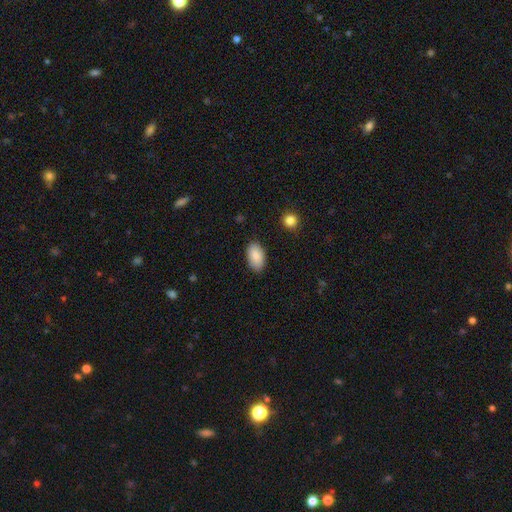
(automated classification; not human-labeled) smooth_or_featured: smooth (p=0.88) [alt: star or artifact p=0.06]
how_rounded: in between (p=0.94) [alt: round p=0.04]
merging: none (p=0.84) [alt: minor disturbance p=0.12]